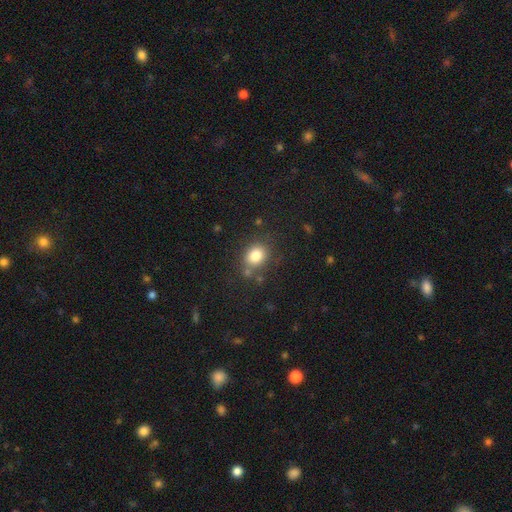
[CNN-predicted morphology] This is clearly a smooth galaxy (81%). How rounded: possibly round (51%). Merging: likely none (74%).